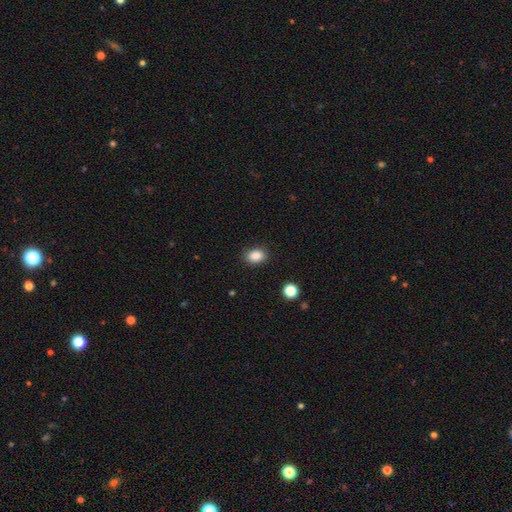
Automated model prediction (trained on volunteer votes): Morphology: type=smooth (87%); roundness=in between (77%); merging=none (87%).